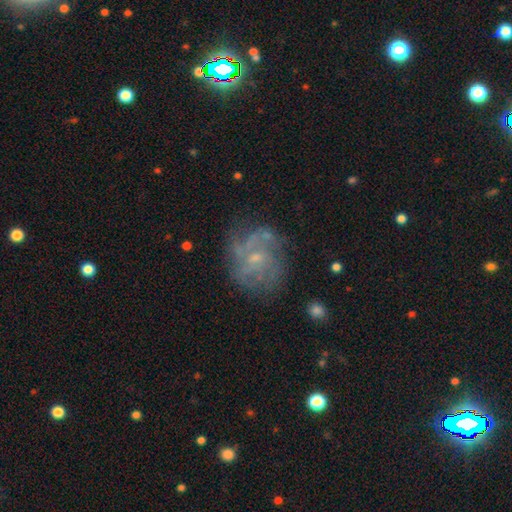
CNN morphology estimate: Overall: featured or disk (67%). Edge-on disk: no (98%). Bar: no (63%; weak 32%). Spiral arms: yes (77%). Spiral arm count: can't tell (44%; 3 17%). Spiral winding: medium (40%; tight 37%). Bulge size: small (70%). Merging: none (66%).